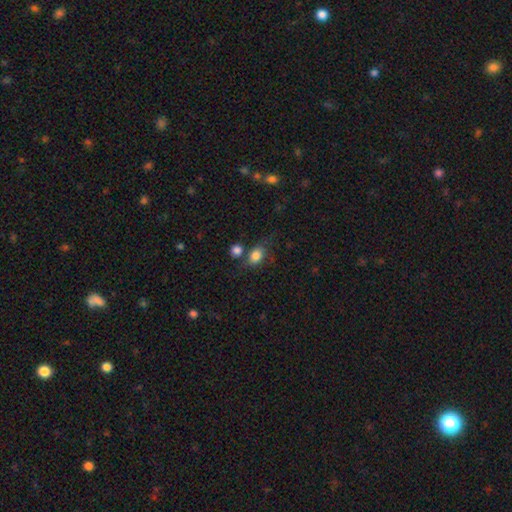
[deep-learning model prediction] smooth_or_featured: smooth (p=0.80) [alt: featured or disk p=0.10]
how_rounded: in between (p=0.57) [alt: round p=0.42]
merging: none (p=0.49) [alt: merger p=0.23]